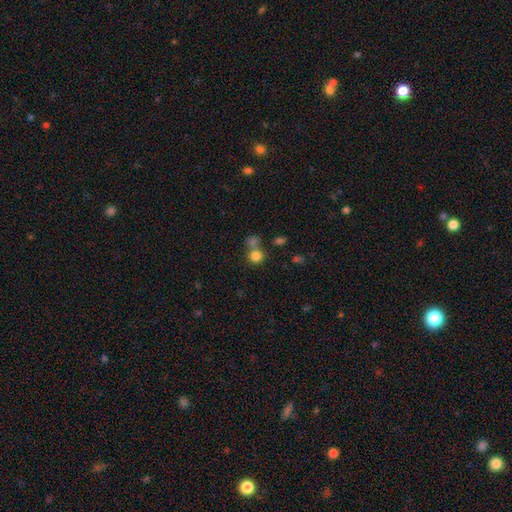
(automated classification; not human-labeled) Smooth or featured? smooth (79%)
How rounded? round (87%)
Merging? none (54%)